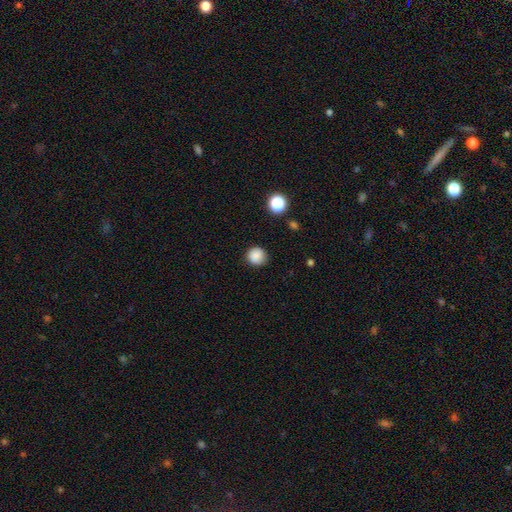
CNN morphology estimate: This is clearly a smooth galaxy (86%). How rounded: clearly round (92%). Merging: clearly none (86%).